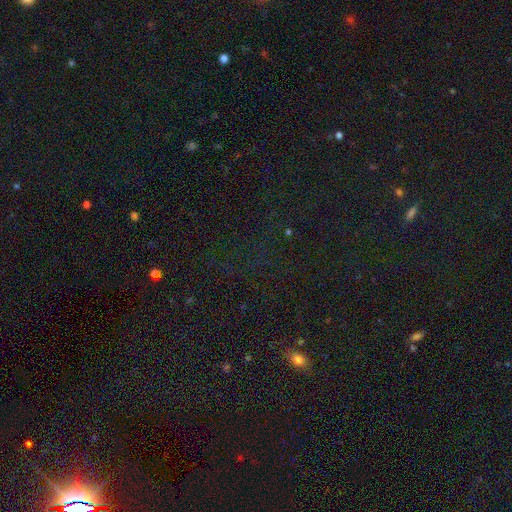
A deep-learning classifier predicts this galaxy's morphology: This is likely a star or artifact rather than a galaxy (77%).